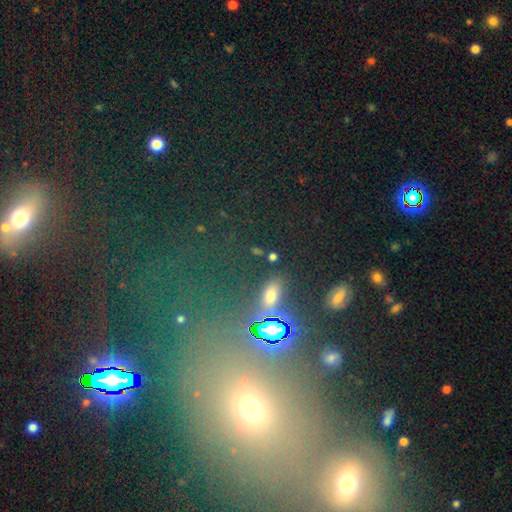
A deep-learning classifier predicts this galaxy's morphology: star or artifact 49%, smooth 34%, featured or disk 17%.